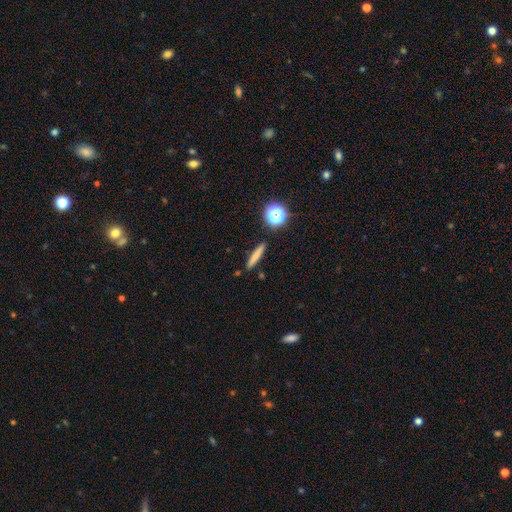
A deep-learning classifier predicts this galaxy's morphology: The model was most divided on "smooth or featured": smooth: 73%, featured or disk: 16%, star or artifact: 11%. More confident: merging — none (89%); how rounded — cigar-shaped (88%).